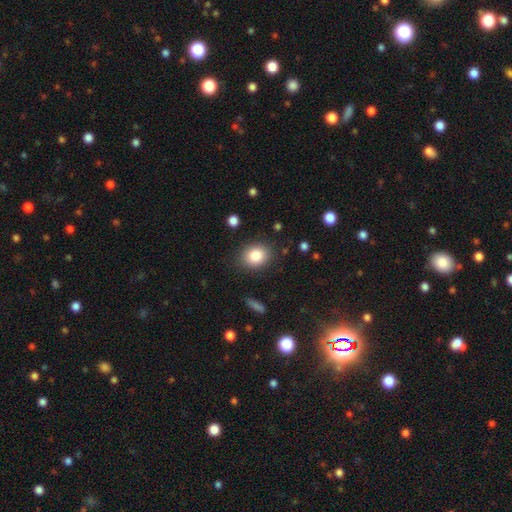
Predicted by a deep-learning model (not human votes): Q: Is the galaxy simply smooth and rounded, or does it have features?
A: smooth — 84%.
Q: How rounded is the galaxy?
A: round — 52%.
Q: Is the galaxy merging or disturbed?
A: none — 85%.